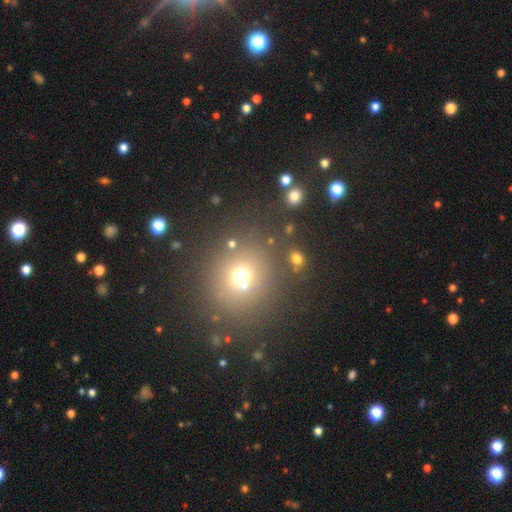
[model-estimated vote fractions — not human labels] A smooth galaxy with no disk features (54%) that is round (87%). Merging: none (86%).